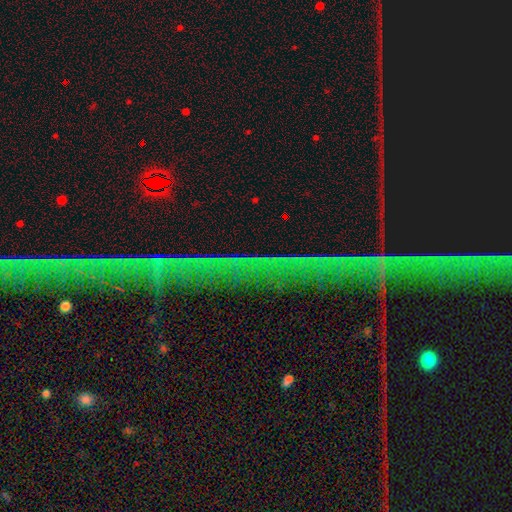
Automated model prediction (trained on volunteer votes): smooth_or_featured: star or artifact (p=0.81) [alt: featured or disk p=0.11]